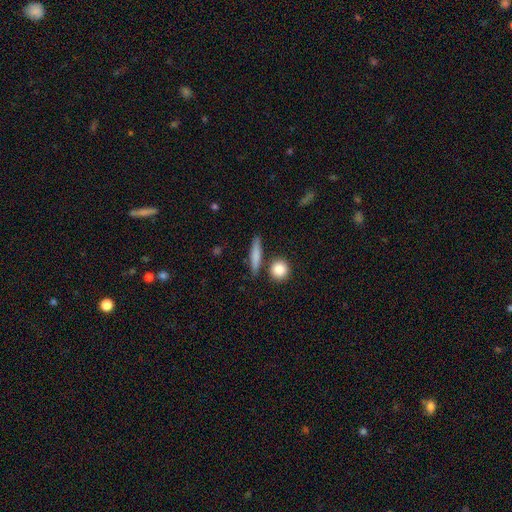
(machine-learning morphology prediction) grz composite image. It shows a smooth galaxy with no disk features (74%) that is cigar-shaped (77%). Merging: none (80%).